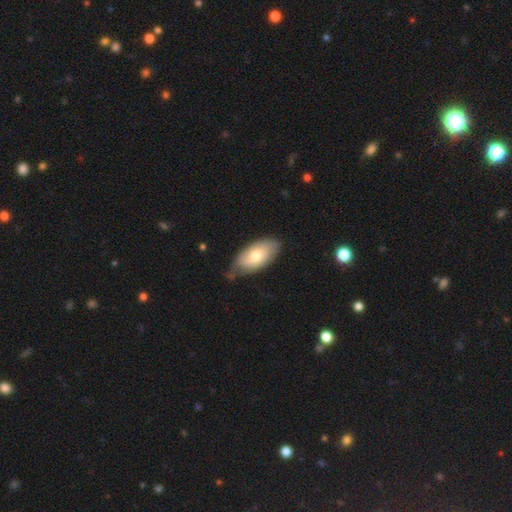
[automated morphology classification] Overall: smooth (72%). How rounded: in between (93%). Merging: none (62%; minor disturbance 30%).